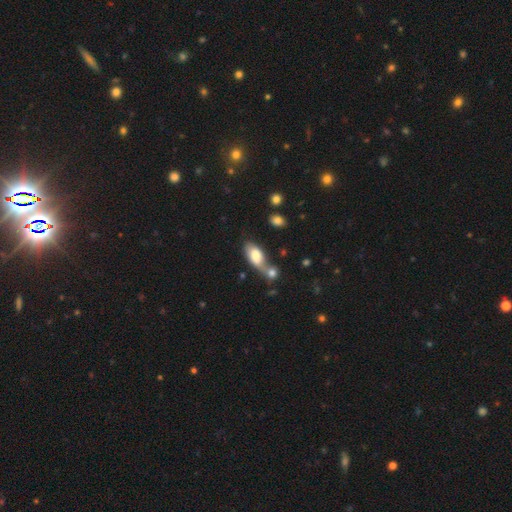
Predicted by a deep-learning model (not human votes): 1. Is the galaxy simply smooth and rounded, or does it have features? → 76% smooth, 17% featured or disk, 7% star or artifact.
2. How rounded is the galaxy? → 90% in between, 6% cigar-shaped, 4% round.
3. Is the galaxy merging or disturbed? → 50% merger, 29% none, 13% minor disturbance, 8% major disturbance.